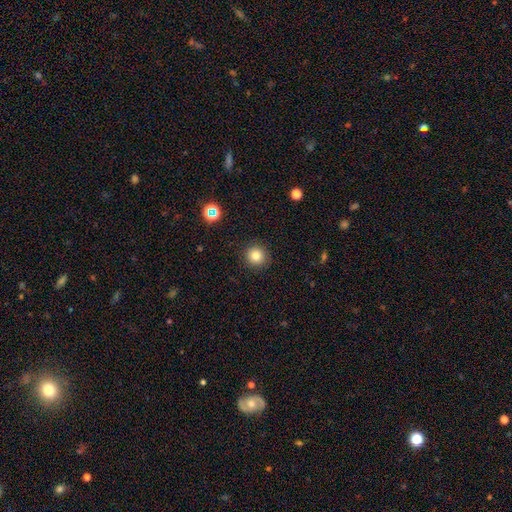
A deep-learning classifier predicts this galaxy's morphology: smooth_or_featured: smooth (p=0.81) [alt: star or artifact p=0.12]
how_rounded: round (p=0.93) [alt: in between p=0.06]
merging: none (p=0.91) [alt: minor disturbance p=0.06]